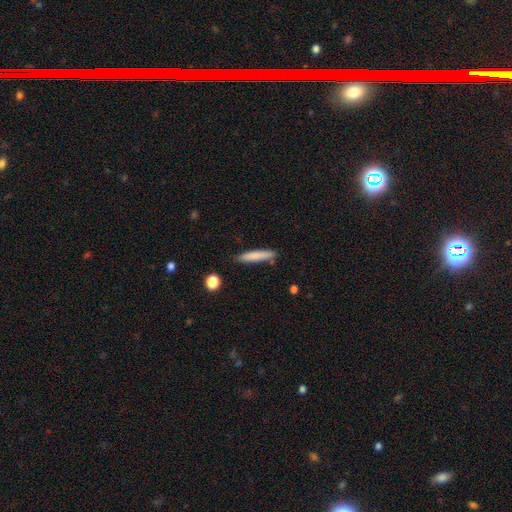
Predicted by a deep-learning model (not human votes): Smooth or featured? Predicted: smooth (p=0.79). How rounded? Predicted: cigar-shaped (p=0.90). Merging? Predicted: none (p=0.82).